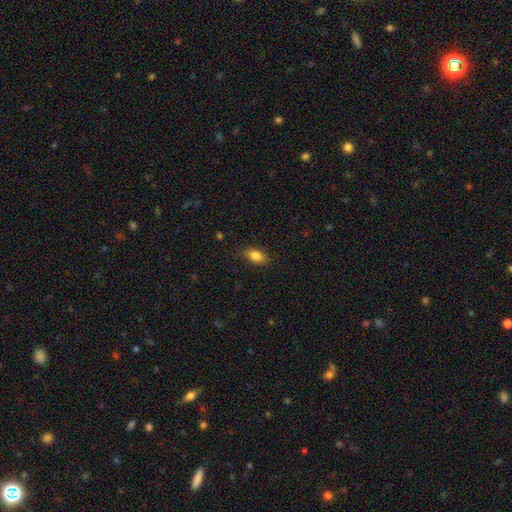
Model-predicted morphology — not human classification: The model was most divided on "merging": none: 86%, minor disturbance: 10%, major disturbance: 3%, merger: 1%. More confident: how rounded — in between (88%); smooth or featured — smooth (85%).